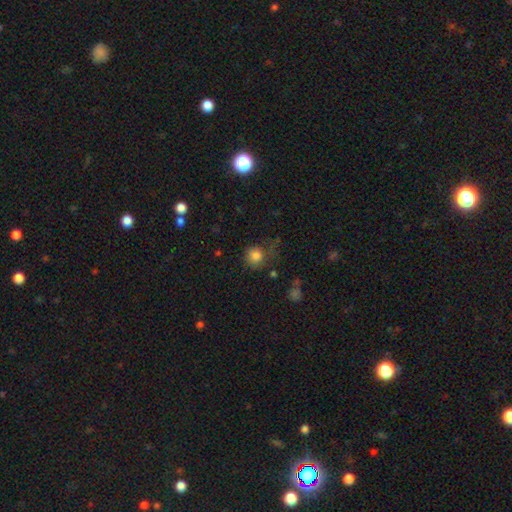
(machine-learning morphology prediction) smooth_or_featured: smooth (p=0.82) [alt: star or artifact p=0.11]
how_rounded: round (p=0.88) [alt: in between p=0.11]
merging: none (p=0.61) [alt: minor disturbance p=0.23]